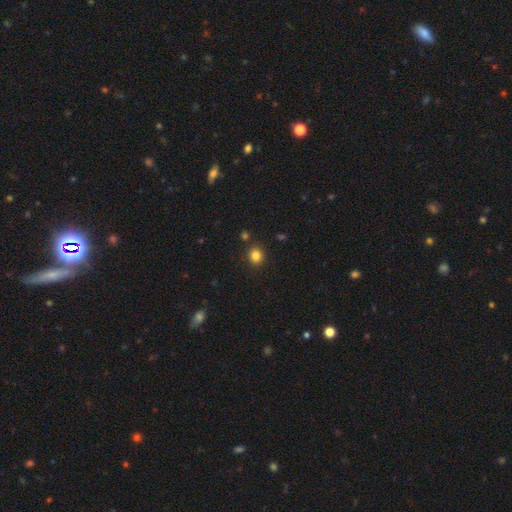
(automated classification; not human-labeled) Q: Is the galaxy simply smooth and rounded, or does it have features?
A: smooth — 83%.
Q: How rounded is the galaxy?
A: round — 75%.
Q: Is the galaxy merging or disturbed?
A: none — 88%.